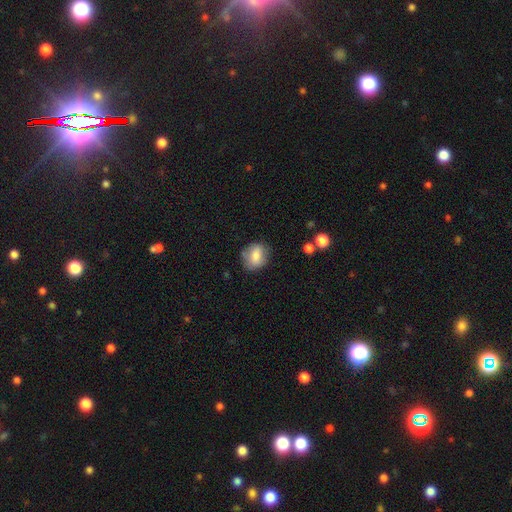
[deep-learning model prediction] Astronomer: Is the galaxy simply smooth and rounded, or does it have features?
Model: smooth — 78%.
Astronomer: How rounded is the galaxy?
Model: round — 59% (runner-up: in between, 40%).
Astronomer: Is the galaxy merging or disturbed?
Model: none — 72%.